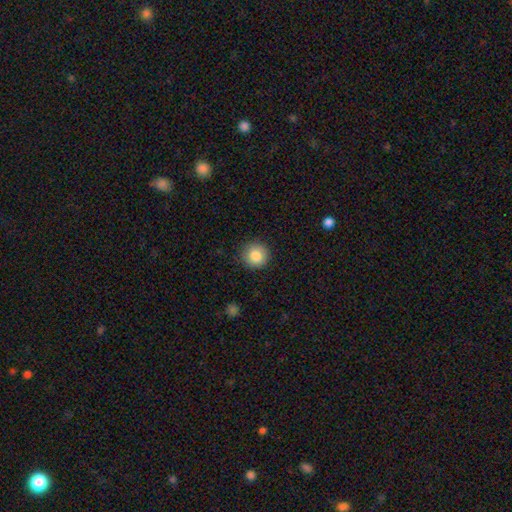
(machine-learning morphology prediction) This is clearly a smooth galaxy (85%). How rounded: clearly round (93%). Merging: clearly none (90%).